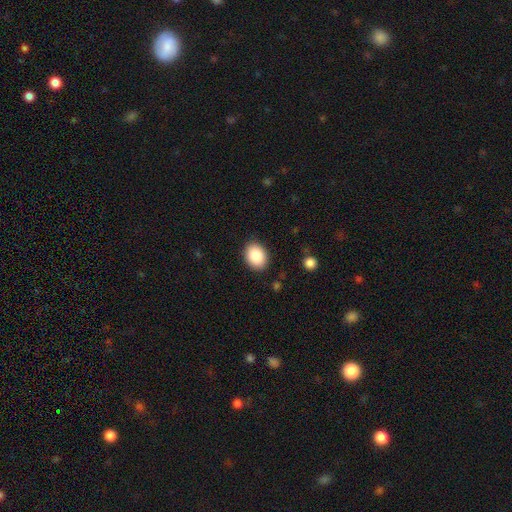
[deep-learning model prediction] smooth 88%, star or artifact 7%, featured or disk 5%. Down the decision tree: how rounded — in between (70%); merging — none (88%).